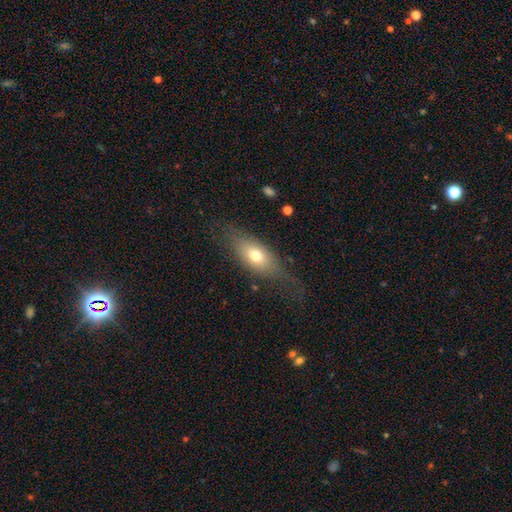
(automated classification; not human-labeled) This appears to be a smooth galaxy with no disk features (62%) that is in between round and cigar-shaped (76%). Merging: none (61%).